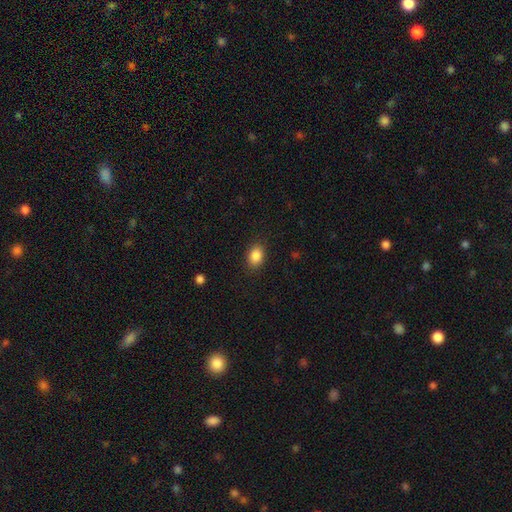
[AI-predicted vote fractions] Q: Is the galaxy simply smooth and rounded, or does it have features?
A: smooth — 87%.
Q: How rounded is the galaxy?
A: in between — 76%.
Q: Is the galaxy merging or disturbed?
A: none — 87%.